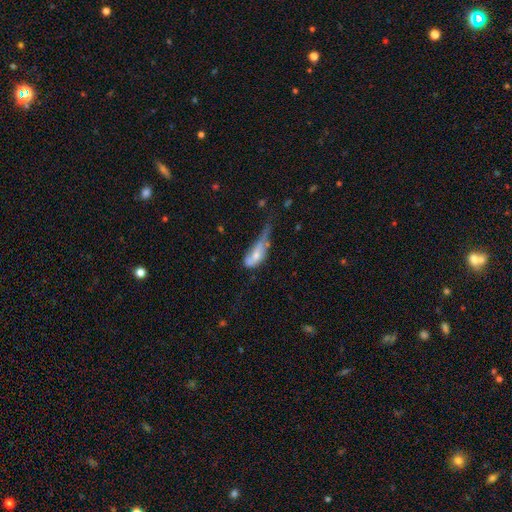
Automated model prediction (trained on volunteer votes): A smooth galaxy with no disk features (58%) that is in between round and cigar-shaped (74%). Merging: major disturbance (43%).